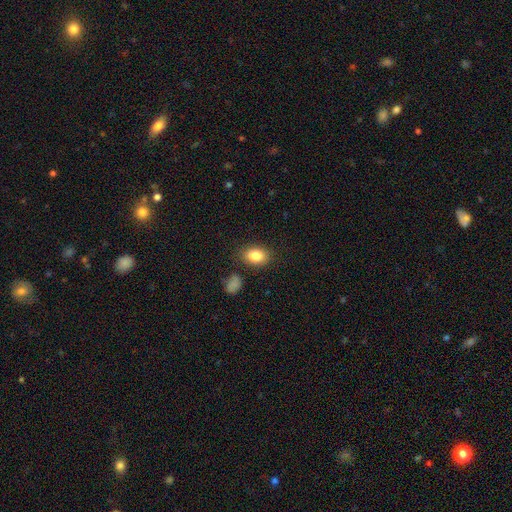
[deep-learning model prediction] smooth-or-featured: smooth: 84% | star or artifact: 8% | featured or disk: 7%
  how-rounded: in between: 80% | round: 19% | cigar-shaped: 1%
  merging: none: 83% | minor disturbance: 11% | merger: 3% | major disturbance: 3%